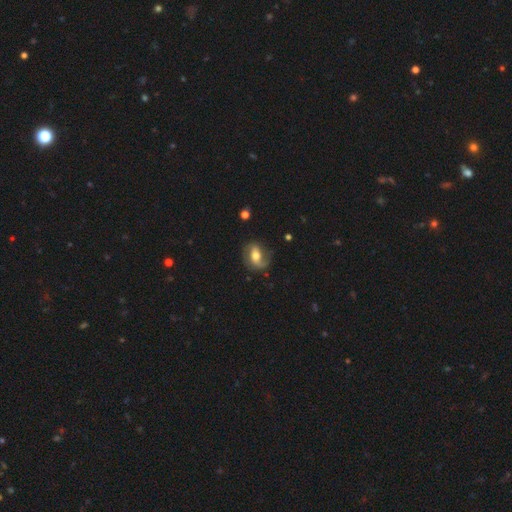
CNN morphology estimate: type=featured or disk (67%); edge-on=no (96%); bar=weak (40%); spiral arms=yes (87%); winding=medium (43%); arm count=2 (75%); bulge=moderate (67%); merging=none (69%).